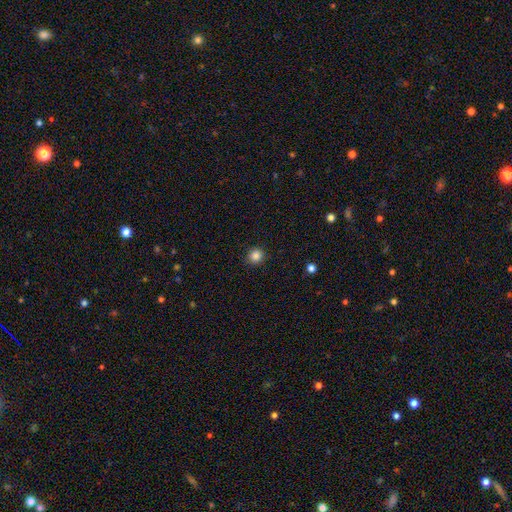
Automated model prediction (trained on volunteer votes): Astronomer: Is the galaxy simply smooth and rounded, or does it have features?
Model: smooth — 85%.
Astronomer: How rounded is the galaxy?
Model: round — 90%.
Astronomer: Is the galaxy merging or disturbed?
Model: none — 91%.